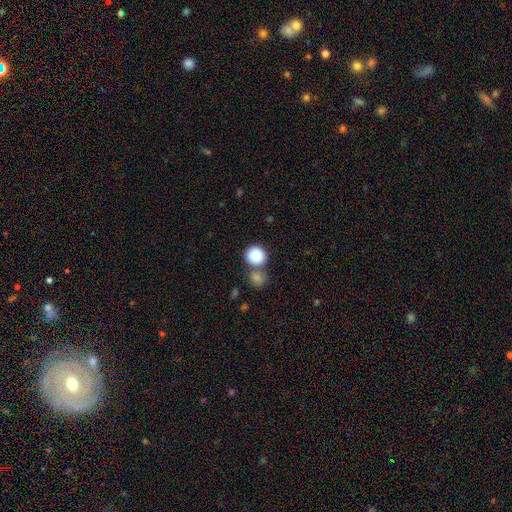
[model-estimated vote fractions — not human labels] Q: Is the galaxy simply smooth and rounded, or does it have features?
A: smooth — 87%.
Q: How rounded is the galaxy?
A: round — 87%.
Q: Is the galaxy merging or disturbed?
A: none — 50%.